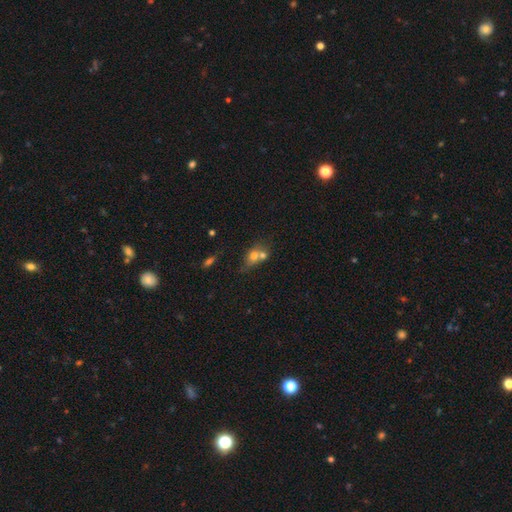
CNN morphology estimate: type=smooth (68%); roundness=in between (52%); merging=merger (57%).